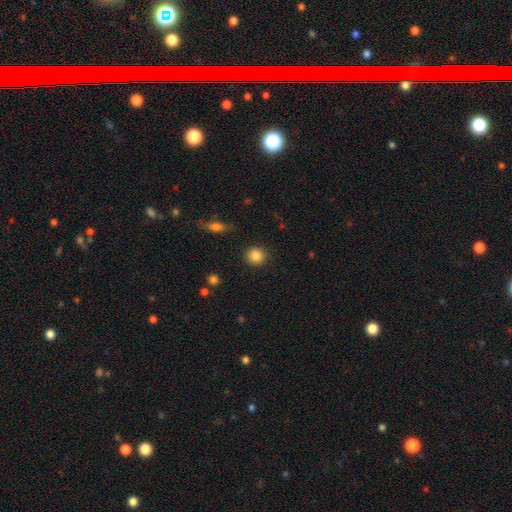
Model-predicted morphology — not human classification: smooth_or_featured: smooth (p=0.87) [alt: star or artifact p=0.09]
how_rounded: round (p=0.89) [alt: in between p=0.10]
merging: none (p=0.89) [alt: minor disturbance p=0.07]